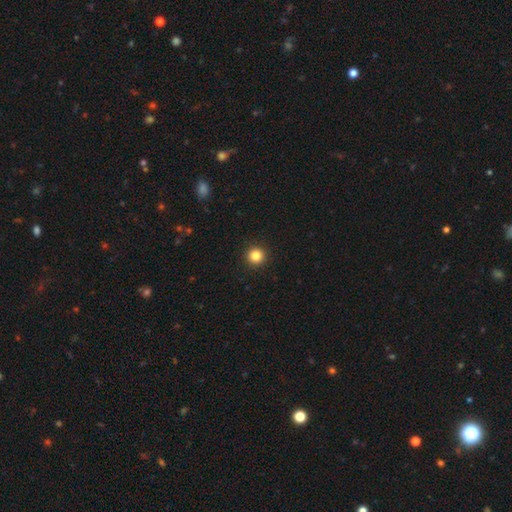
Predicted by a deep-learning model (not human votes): Smooth or featured?
  - smooth: 85% *
  - star or artifact: 11%
  - featured or disk: 4%
How rounded?
  - round: 96% *
  - in between: 3%
  - cigar-shaped: 1%
Merging?
  - none: 93% *
  - minor disturbance: 4%
  - major disturbance: 2%
  - merger: 1%